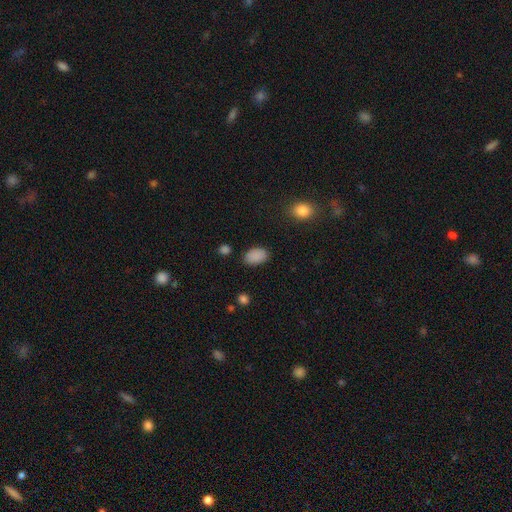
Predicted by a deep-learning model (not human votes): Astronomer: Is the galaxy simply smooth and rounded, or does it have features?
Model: smooth — 87%.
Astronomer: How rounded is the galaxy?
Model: in between — 91%.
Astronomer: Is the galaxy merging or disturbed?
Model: none — 85%.